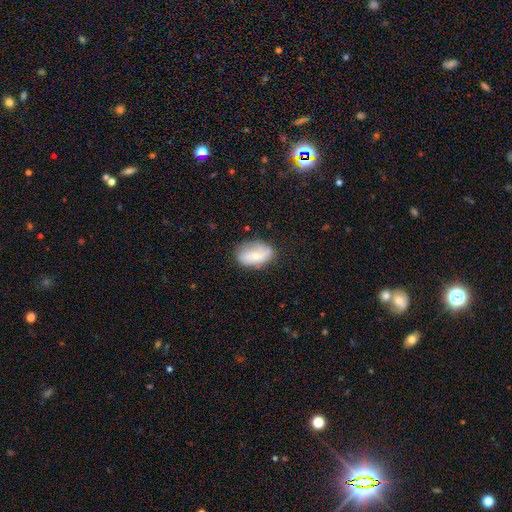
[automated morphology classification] This appears to be a smooth galaxy with no disk features (59%) that is in between round and cigar-shaped (88%). Merging: none (65%).